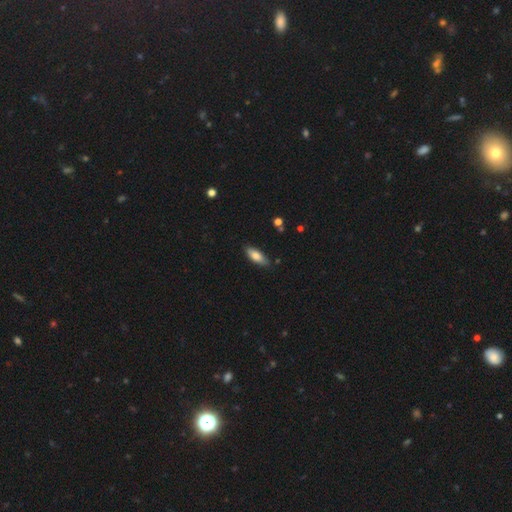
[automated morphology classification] Smooth or featured?
  - smooth: 78% *
  - featured or disk: 16%
  - star or artifact: 6%
How rounded?
  - in between: 67% *
  - cigar-shaped: 31%
  - round: 2%
Merging?
  - none: 85% *
  - minor disturbance: 12%
  - major disturbance: 2%
  - merger: 2%